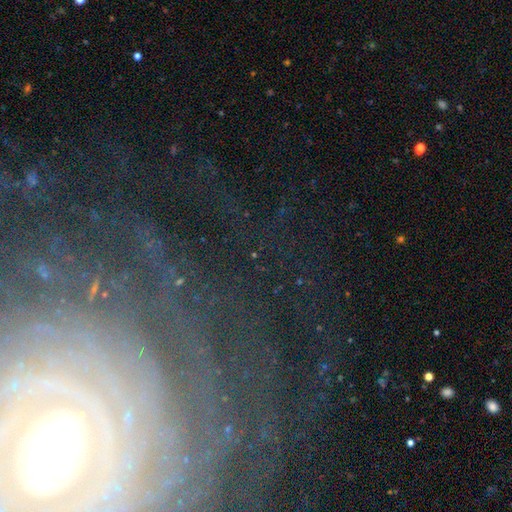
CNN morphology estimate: Q: Smooth or featured?
A: featured or disk (71%); runner-up: star or artifact (18%)
Q: Edge-on disk?
A: no (91%); runner-up: yes (9%)
Q: Bar?
A: no (42%); runner-up: weak (30%)
Q: Spiral arms?
A: yes (88%); runner-up: no (12%)
Q: Spiral winding?
A: tight (76%); runner-up: medium (17%)
Q: Spiral arm count?
A: can't tell (32%); runner-up: more than 4 (18%)
Q: Bulge size?
A: small (56%); runner-up: moderate (30%)
Q: Merging?
A: none (75%); runner-up: minor disturbance (13%)